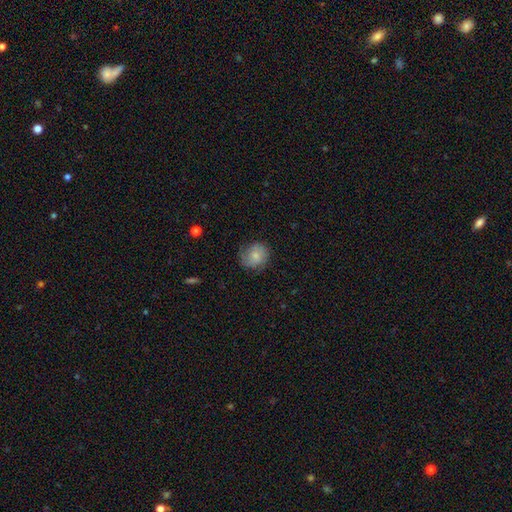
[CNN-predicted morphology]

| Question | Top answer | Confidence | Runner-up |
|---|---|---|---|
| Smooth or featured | smooth | 61% | featured or disk (31%) |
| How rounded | round | 77% | in between (23%) |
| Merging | none | 68% | minor disturbance (22%) |